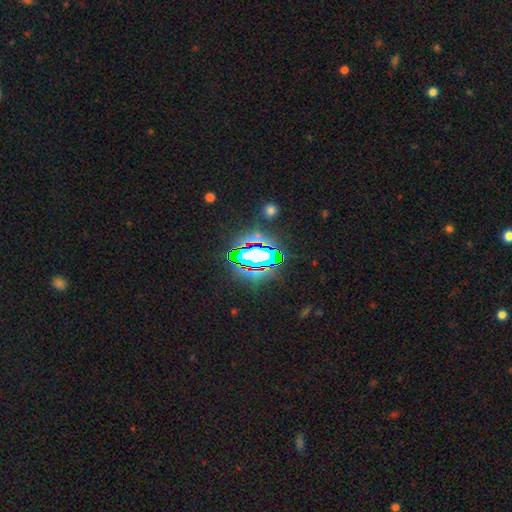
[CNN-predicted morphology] This is likely a star or artifact rather than a galaxy (69%).